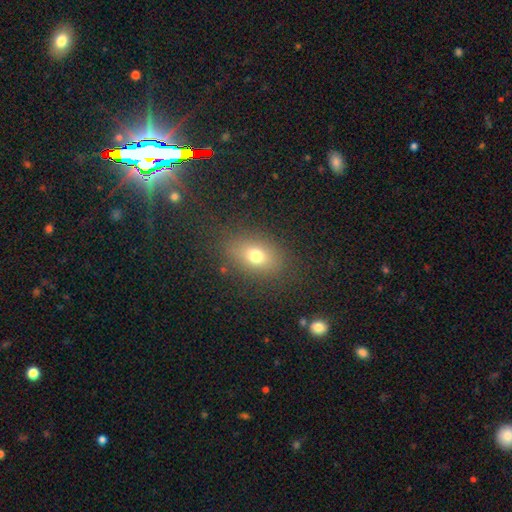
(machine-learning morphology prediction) A smooth galaxy with no disk features (72%) that is in between round and cigar-shaped (74%).

Vote fractions:
- Smooth or featured? smooth: 72% / star or artifact: 14% / featured or disk: 13%
- How rounded? in between: 74% / round: 24% / cigar-shaped: 3%
- Merging? none: 82% / minor disturbance: 11% / major disturbance: 6% / merger: 1%